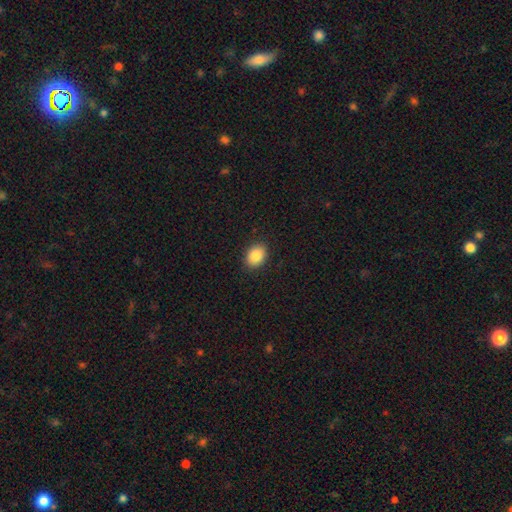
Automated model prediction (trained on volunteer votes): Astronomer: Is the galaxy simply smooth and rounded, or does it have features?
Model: smooth — 87%.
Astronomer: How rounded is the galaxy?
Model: in between — 69%.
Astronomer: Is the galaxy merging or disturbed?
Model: none — 90%.